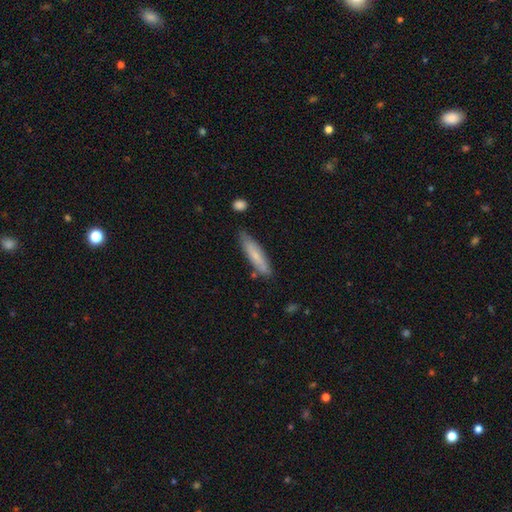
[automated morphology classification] Q: Smooth or featured?
A: smooth (70%); runner-up: featured or disk (24%)
Q: How rounded?
A: cigar-shaped (79%); runner-up: in between (20%)
Q: Merging?
A: none (76%); runner-up: minor disturbance (17%)